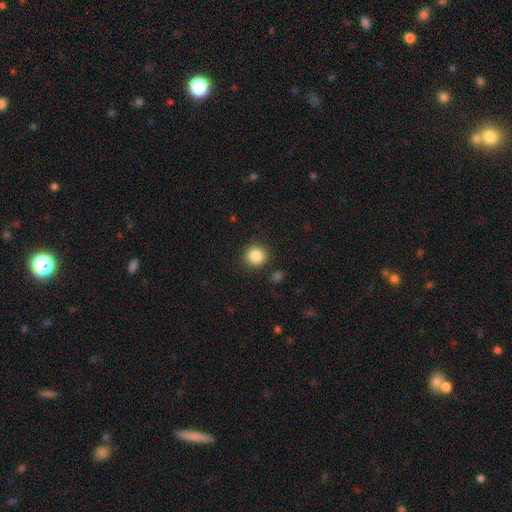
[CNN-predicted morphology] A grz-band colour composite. It shows a smooth galaxy with no disk features (86%) that is round (92%). Merging: none (89%).